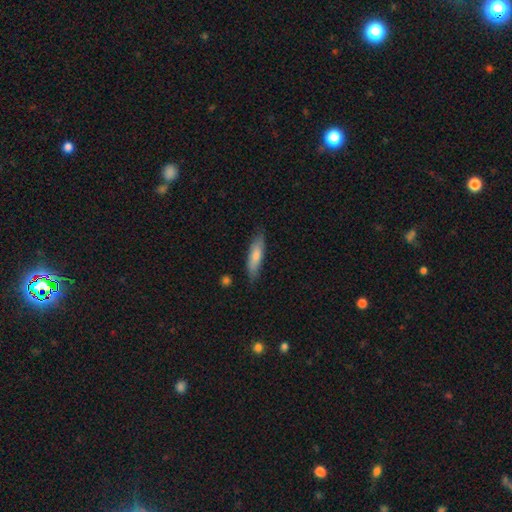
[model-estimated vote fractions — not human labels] Smooth or featured?
  - smooth: 73% *
  - featured or disk: 22%
  - star or artifact: 6%
How rounded?
  - cigar-shaped: 63% *
  - in between: 35%
  - round: 2%
Merging?
  - none: 80% *
  - minor disturbance: 15%
  - major disturbance: 3%
  - merger: 2%